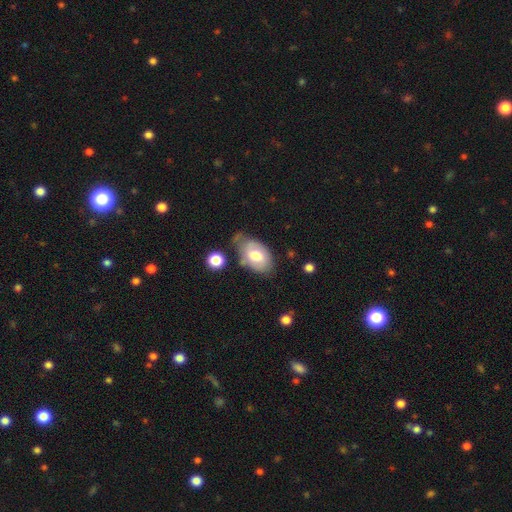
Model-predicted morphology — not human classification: Overall: smooth (65%; featured or disk 29%). How rounded: in between (91%). Merging: none (44%; minor disturbance 32%).